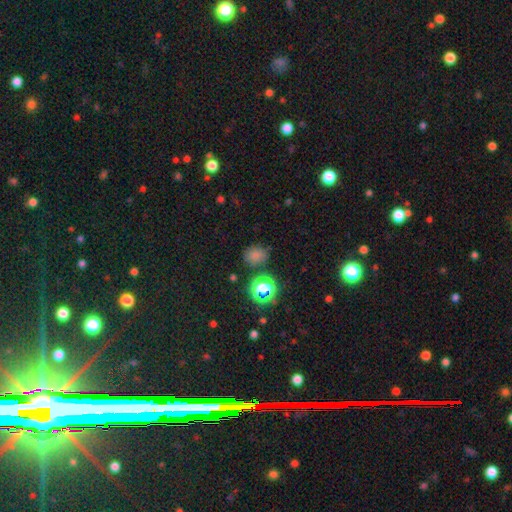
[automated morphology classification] smooth 73%, star or artifact 22%, featured or disk 6%. Down the decision tree: how rounded — round (59%); merging — none (72%).